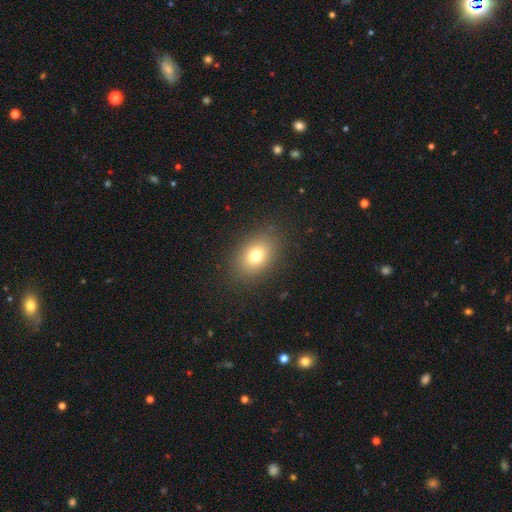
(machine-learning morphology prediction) A smooth galaxy with no disk features (76%) that is in between round and cigar-shaped (73%).

Vote fractions:
- Smooth or featured? smooth: 76% / star or artifact: 12% / featured or disk: 12%
- How rounded? in between: 73% / round: 26% / cigar-shaped: 1%
- Merging? none: 87% / minor disturbance: 9% / major disturbance: 4% / merger: 1%